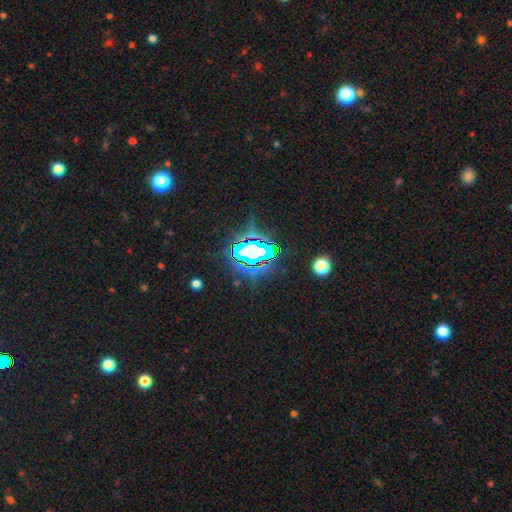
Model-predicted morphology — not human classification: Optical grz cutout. It shows a star or artifact, not a galaxy (69%).